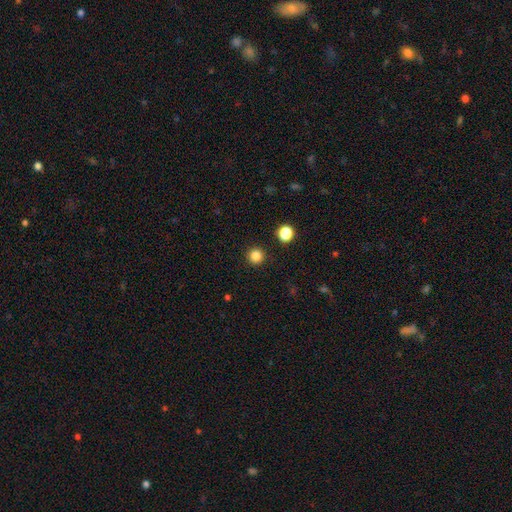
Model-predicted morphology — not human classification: A smooth galaxy with no disk features (84%) that is round (96%). Merging: none (93%).